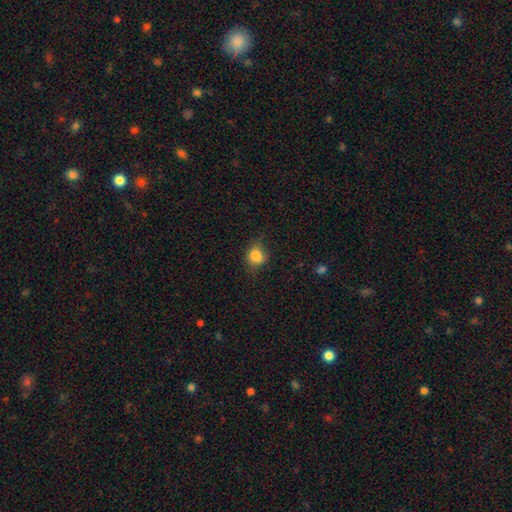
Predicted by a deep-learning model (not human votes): A smooth galaxy with no disk features (83%) that is round (61%). Merging: none (61%).